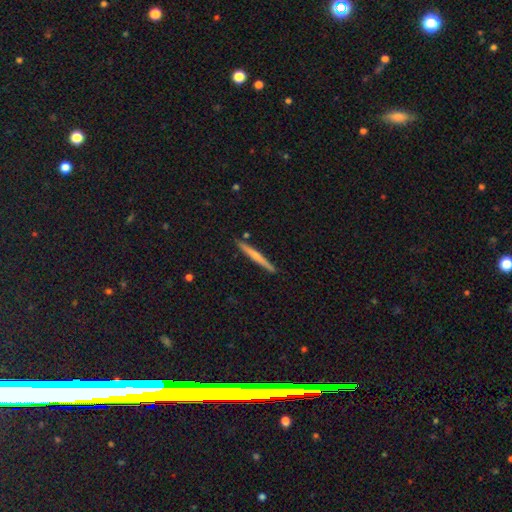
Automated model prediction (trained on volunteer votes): The model was most divided on "smooth or featured": smooth: 48%, featured or disk: 47%, star or artifact: 6%. More confident: merging — none (90%).